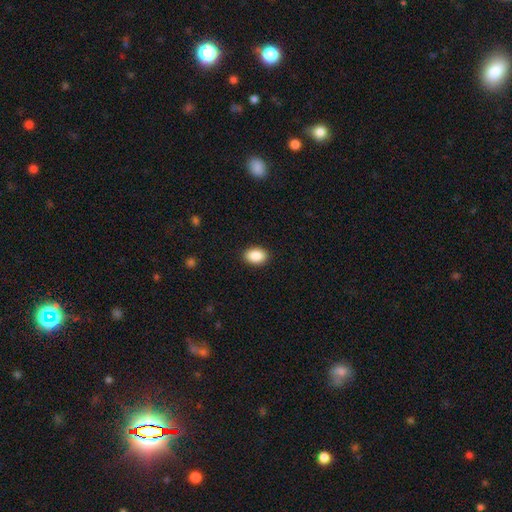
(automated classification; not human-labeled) The model was most divided on "how rounded": in between: 83%, round: 16%, cigar-shaped: 1%. More confident: merging — none (90%); smooth or featured — smooth (89%).